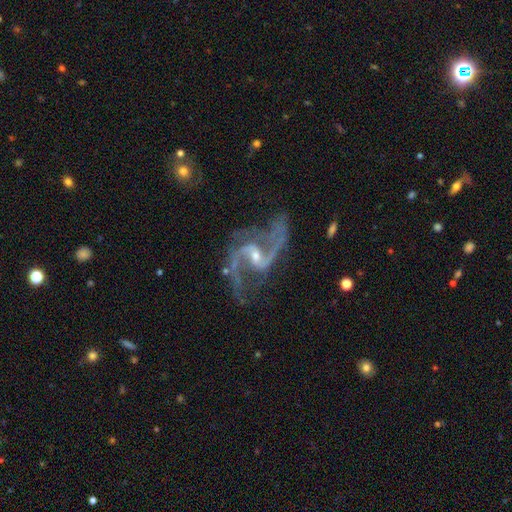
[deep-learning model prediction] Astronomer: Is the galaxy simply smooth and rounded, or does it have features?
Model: featured or disk — 93%.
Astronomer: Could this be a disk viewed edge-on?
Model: no — 98%.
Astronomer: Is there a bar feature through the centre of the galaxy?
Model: weak — 50% (runner-up: no, 28%).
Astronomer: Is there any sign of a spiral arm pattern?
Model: yes — 98%.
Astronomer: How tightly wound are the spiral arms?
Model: loose — 58% (runner-up: medium, 36%).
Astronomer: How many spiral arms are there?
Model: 2 — 92%.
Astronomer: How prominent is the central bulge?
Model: small — 58% (runner-up: moderate, 37%).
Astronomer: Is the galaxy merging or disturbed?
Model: none — 64%.